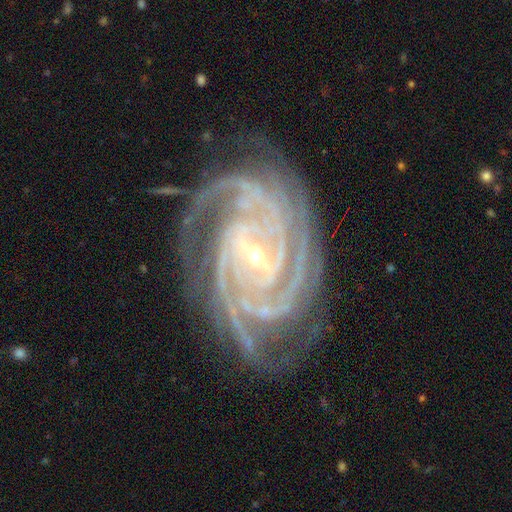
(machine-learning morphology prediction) smooth-or-featured: featured or disk: 94% | star or artifact: 4% | smooth: 2%
  disk-edge-on: no: 97% | yes: 3%
    bar: weak: 38% | strong: 34% | no: 28%
    has-spiral-arms: yes: 99% | no: 1%
      spiral-winding: tight: 80% | medium: 18% | loose: 2%
      spiral-arm-count: 4: 36% | 3: 20% | more than 4: 15% | can't tell: 11% | 2: 10% | 1: 7%
    bulge-size: small: 70% | moderate: 27% | large: 1% | none: 1% | dominant: 1%
  merging: none: 78% | minor disturbance: 15% | major disturbance: 5% | merger: 1%